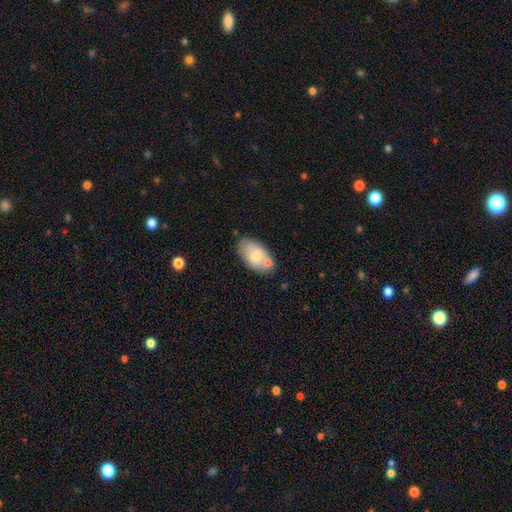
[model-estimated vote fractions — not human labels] Smooth or featured? Predicted: smooth (p=0.71). How rounded? Predicted: in between (p=0.94). Merging? Predicted: none (p=0.63).